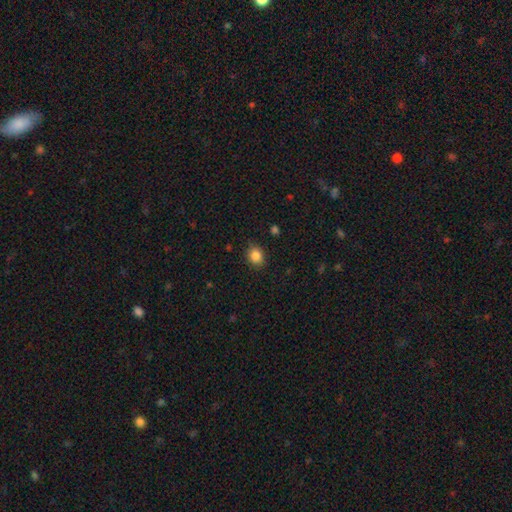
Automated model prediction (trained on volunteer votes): smooth 85%, star or artifact 10%, featured or disk 5%. Down the decision tree: how rounded — round (62%); merging — none (83%).